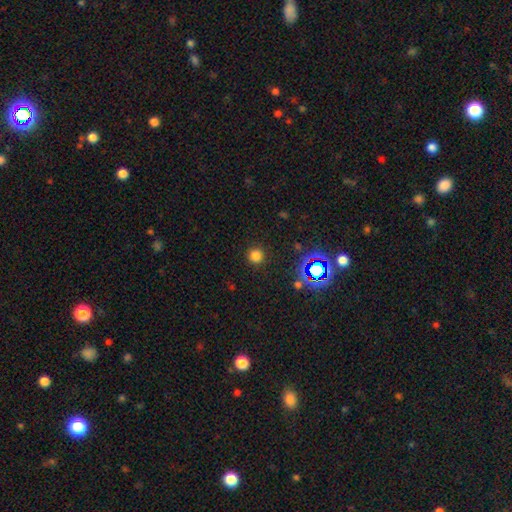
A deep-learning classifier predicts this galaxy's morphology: Q: Smooth or featured?
A: smooth (74%); runner-up: star or artifact (21%)
Q: How rounded?
A: round (95%); runner-up: in between (4%)
Q: Merging?
A: none (90%); runner-up: minor disturbance (6%)